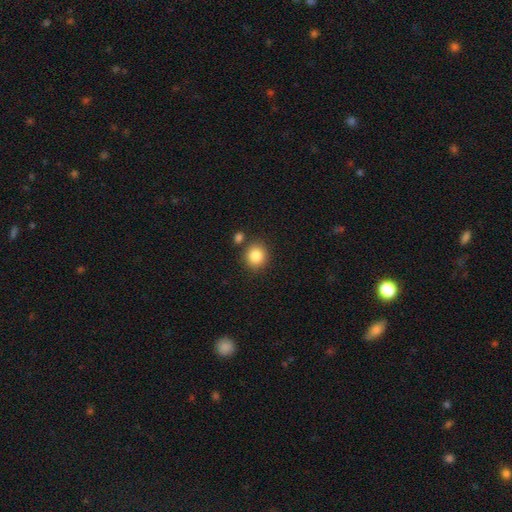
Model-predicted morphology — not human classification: Q: Smooth or featured?
A: smooth (85%); runner-up: star or artifact (9%)
Q: How rounded?
A: round (80%); runner-up: in between (19%)
Q: Merging?
A: none (79%); runner-up: merger (9%)